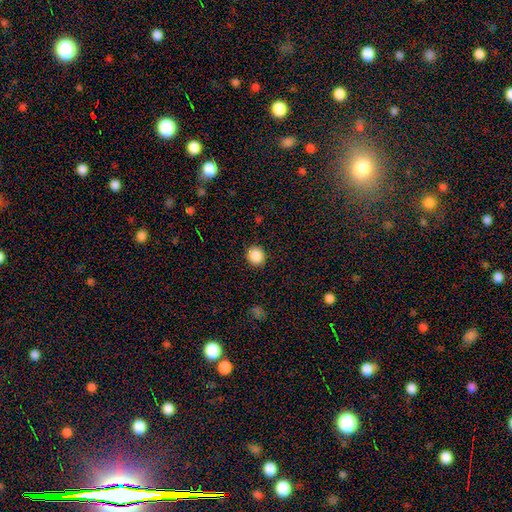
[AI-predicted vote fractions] Overall: smooth (88%). How rounded: round (83%). Merging: none (90%).